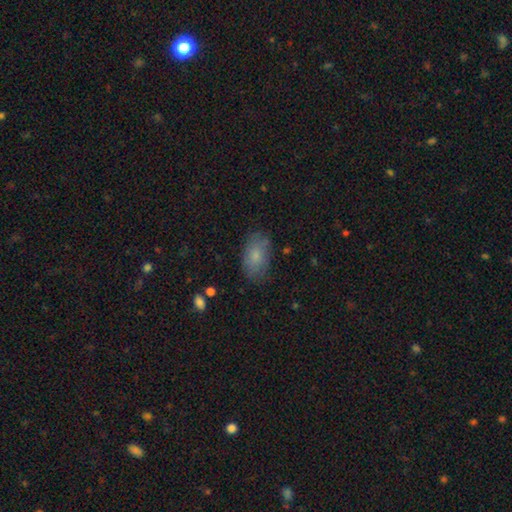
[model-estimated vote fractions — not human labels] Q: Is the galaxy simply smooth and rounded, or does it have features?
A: smooth — 78%.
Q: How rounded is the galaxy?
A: in between — 91%.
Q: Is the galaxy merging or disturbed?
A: none — 77%.